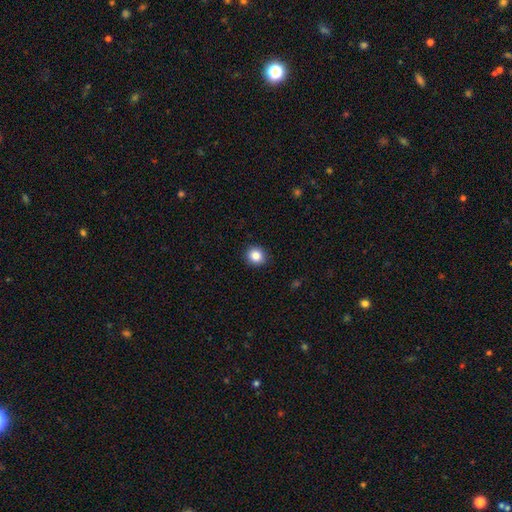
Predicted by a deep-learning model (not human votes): Overall: smooth (85%). How rounded: round (87%). Merging: none (92%).